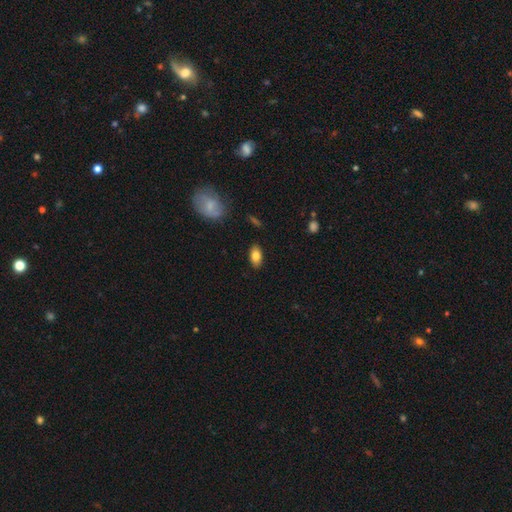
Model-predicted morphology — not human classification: Smooth or featured: smooth — 81% (featured or disk — 11%)
How rounded: in between — 91% (round — 5%)
Merging: none — 87% (minor disturbance — 10%)